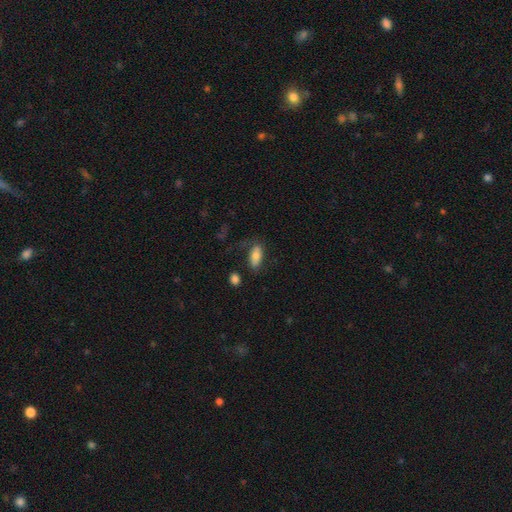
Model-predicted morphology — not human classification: smooth-or-featured: smooth: 76% | featured or disk: 16% | star or artifact: 8%
  how-rounded: in between: 86% | cigar-shaped: 11% | round: 3%
  merging: none: 65% | minor disturbance: 21% | major disturbance: 10% | merger: 4%